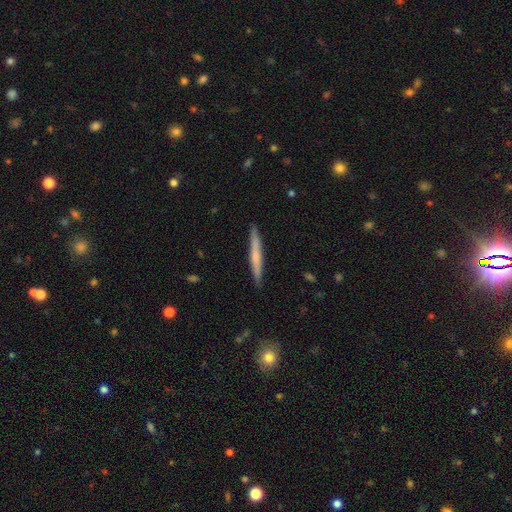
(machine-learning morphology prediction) The model was most divided on "smooth or featured": smooth: 54%, featured or disk: 41%, star or artifact: 5%. More confident: how rounded — cigar-shaped (96%); merging — none (90%).